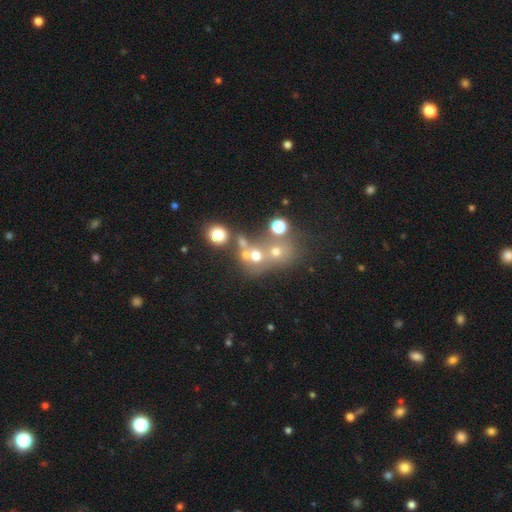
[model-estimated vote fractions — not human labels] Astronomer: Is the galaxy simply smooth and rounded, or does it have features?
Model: smooth — 54%.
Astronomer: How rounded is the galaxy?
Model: round — 71%.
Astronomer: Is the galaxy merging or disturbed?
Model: merger — 45% (runner-up: none, 39%).